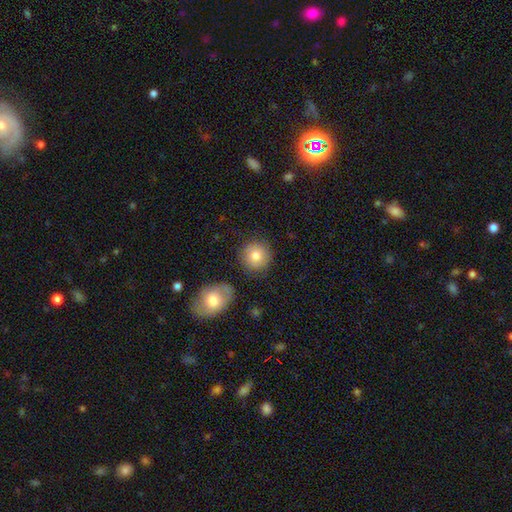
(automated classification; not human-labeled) Smooth or featured? smooth (83%)
How rounded? round (92%)
Merging? none (83%)